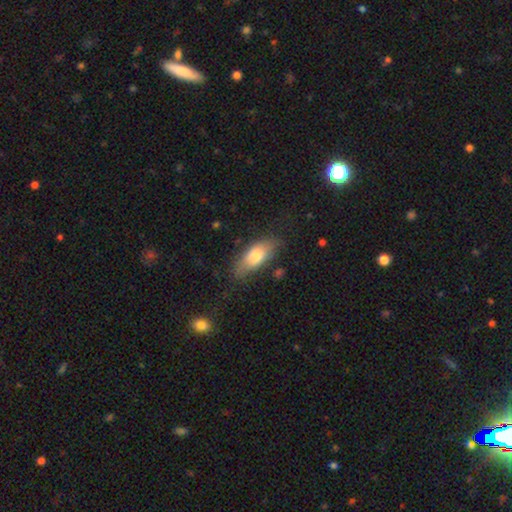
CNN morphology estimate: smooth 74%, featured or disk 20%, star or artifact 6%. Down the decision tree: how rounded — in between (80%); merging — none (70%).